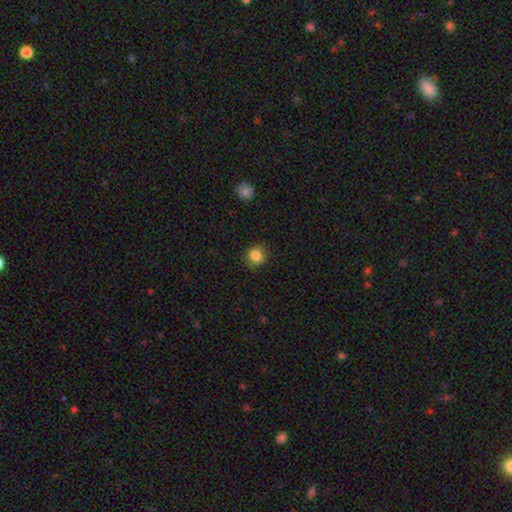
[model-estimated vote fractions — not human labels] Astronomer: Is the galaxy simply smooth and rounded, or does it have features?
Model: smooth — 85%.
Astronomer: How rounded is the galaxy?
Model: round — 88%.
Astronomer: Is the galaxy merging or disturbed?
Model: none — 89%.